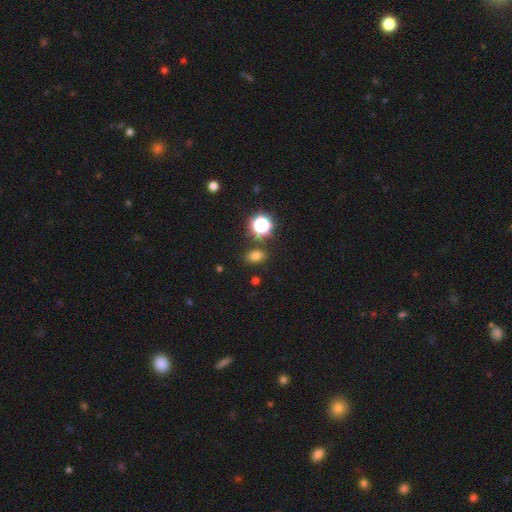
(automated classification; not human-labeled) Overall: smooth (73%). How rounded: in between (71%). Merging: none (83%).